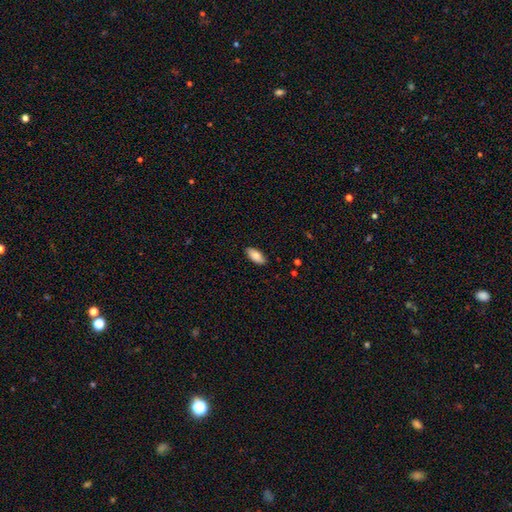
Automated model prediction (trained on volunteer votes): Q: Smooth or featured?
A: smooth (85%); runner-up: featured or disk (9%)
Q: How rounded?
A: in between (88%); runner-up: cigar-shaped (10%)
Q: Merging?
A: none (86%); runner-up: minor disturbance (11%)